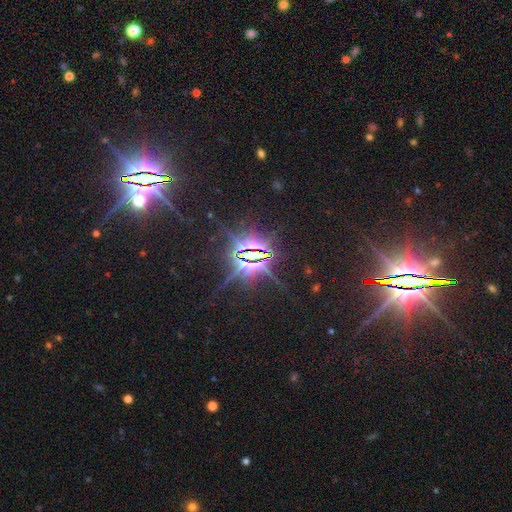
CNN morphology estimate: star or artifact 83%, featured or disk 10%, smooth 6%.